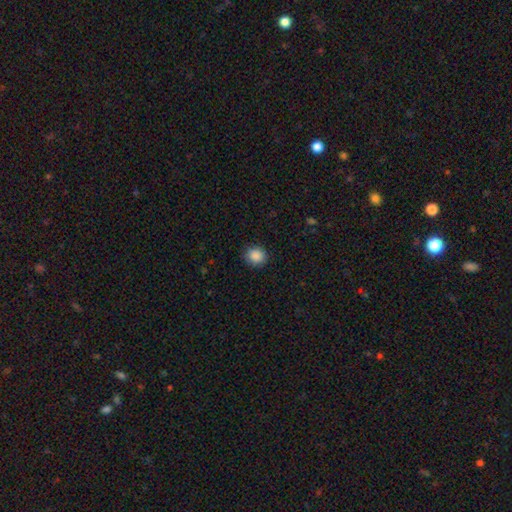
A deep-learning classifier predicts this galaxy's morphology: This appears to be a smooth galaxy with no disk features (88%) that is round (82%). Merging: none (88%).